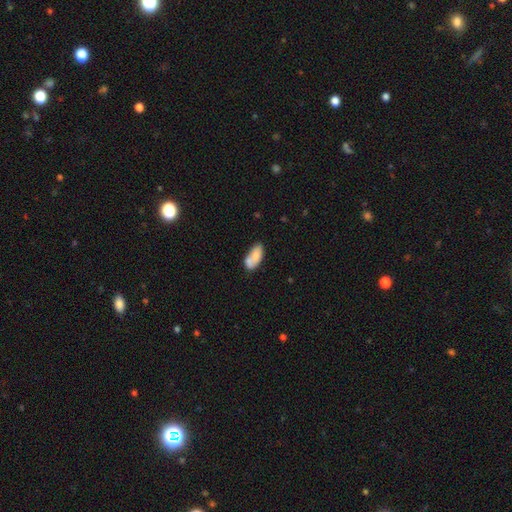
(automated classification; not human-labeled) A smooth galaxy with no disk features (73%) that is in between round and cigar-shaped (89%). Merging: merger (40%).